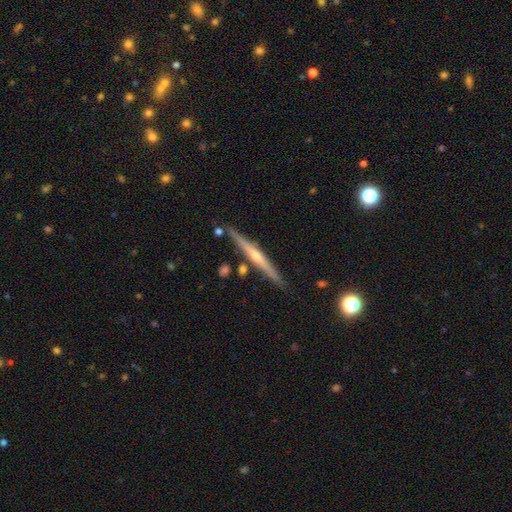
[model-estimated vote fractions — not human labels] Q: Smooth or featured?
A: featured or disk (77%); runner-up: smooth (17%)
Q: Edge-on disk?
A: yes (98%); runner-up: no (2%)
Q: Edge-on bulge?
A: rounded (76%); runner-up: none (20%)
Q: Merging?
A: none (87%); runner-up: minor disturbance (8%)